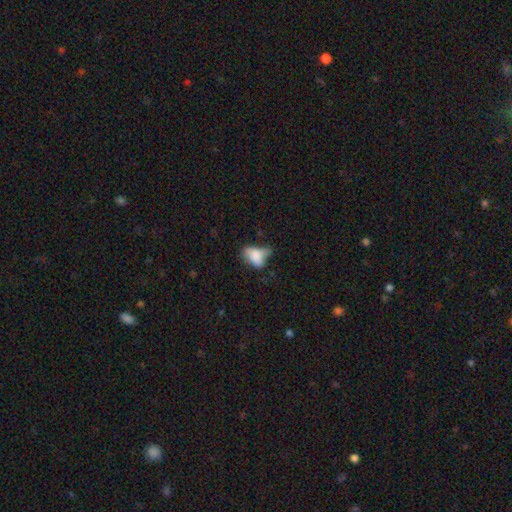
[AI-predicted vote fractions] Overall: smooth (69%). How rounded: in between (86%). Merging: minor disturbance (35%; major disturbance 28%).